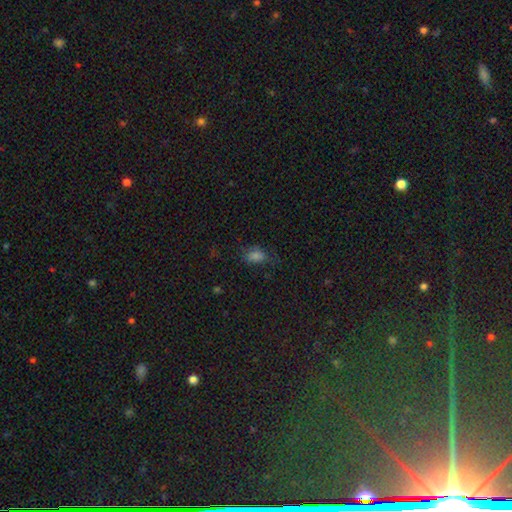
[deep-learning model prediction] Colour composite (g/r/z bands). It shows a smooth galaxy with no disk features (71%) that is in between round and cigar-shaped (81%). Merging: none (62%).